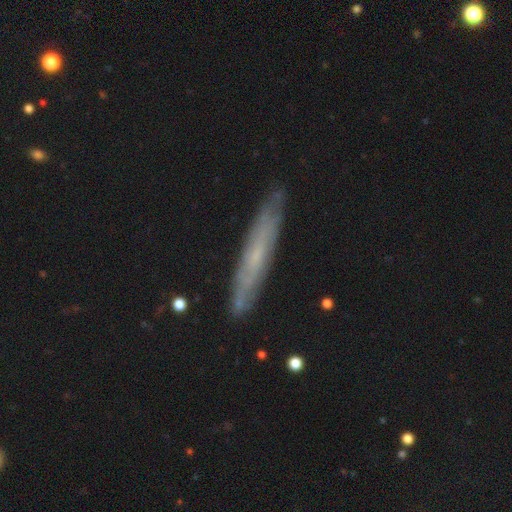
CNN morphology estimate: This is possibly a featured or disk galaxy (57%). It is likely viewed edge-on (73%). Merging: clearly none (87%).